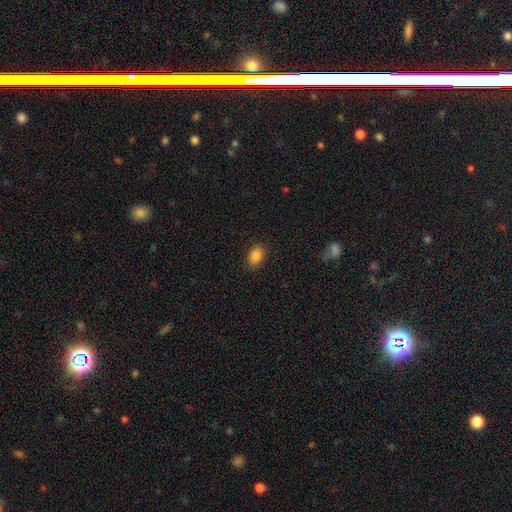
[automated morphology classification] Smooth or featured? Predicted: smooth (p=0.86). How rounded? Predicted: in between (p=0.86). Merging? Predicted: none (p=0.88).